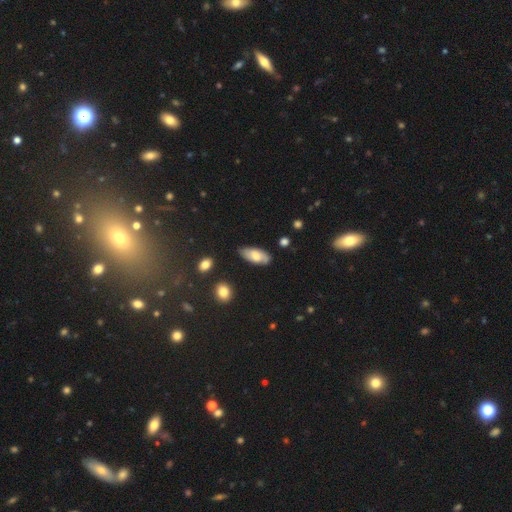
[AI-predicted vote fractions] smooth 62%, featured or disk 31%, star or artifact 7%. Down the decision tree: how rounded — in between (87%); merging — none (75%).